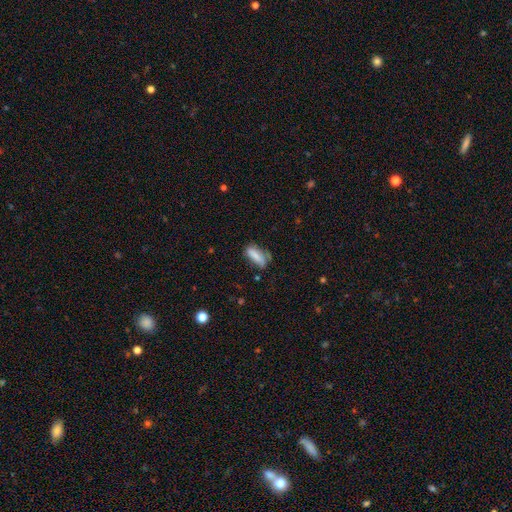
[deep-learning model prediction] This is likely a smooth galaxy (78%). How rounded: likely in between (63%). Merging: possibly none (54%).